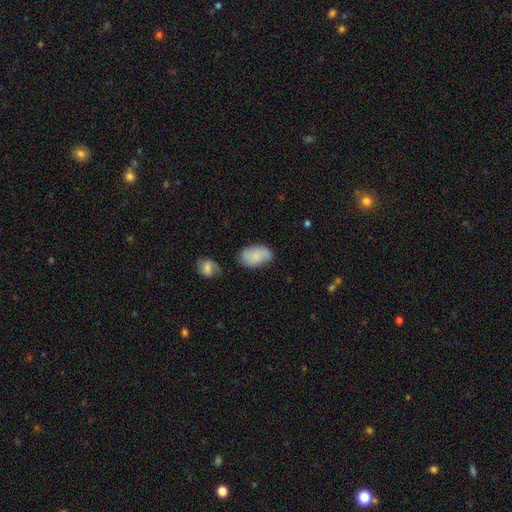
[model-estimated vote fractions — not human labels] smooth-or-featured: smooth: 78% | featured or disk: 15% | star or artifact: 7%
  how-rounded: in between: 92% | round: 7% | cigar-shaped: 1%
  merging: none: 59% | minor disturbance: 29% | major disturbance: 7% | merger: 6%